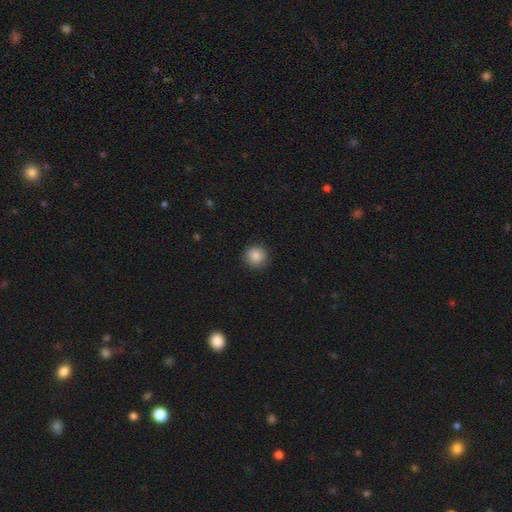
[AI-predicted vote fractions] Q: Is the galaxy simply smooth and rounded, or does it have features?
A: smooth — 87%.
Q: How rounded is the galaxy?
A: round — 94%.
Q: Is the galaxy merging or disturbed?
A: none — 91%.